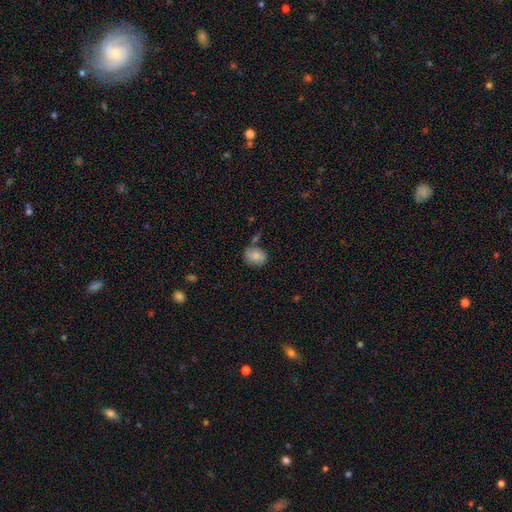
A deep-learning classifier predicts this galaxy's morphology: A smooth galaxy with no disk features (80%) that is round (50%). Merging: none (58%).